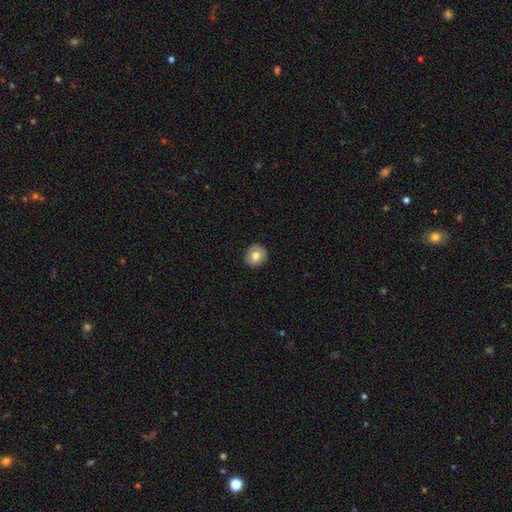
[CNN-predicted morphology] smooth-or-featured: smooth: 73% | featured or disk: 19% | star or artifact: 8%
  how-rounded: round: 85% | in between: 14% | cigar-shaped: 1%
  merging: none: 89% | minor disturbance: 8% | major disturbance: 2% | merger: 1%